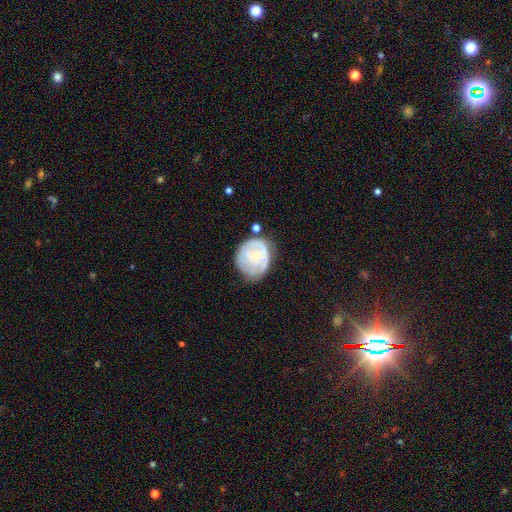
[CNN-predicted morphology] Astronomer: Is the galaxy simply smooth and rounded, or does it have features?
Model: featured or disk — 58% (runner-up: smooth, 35%).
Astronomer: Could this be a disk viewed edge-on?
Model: no — 97%.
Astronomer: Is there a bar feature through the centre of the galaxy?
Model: no — 82%.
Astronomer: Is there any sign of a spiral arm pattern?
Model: yes — 59% (runner-up: no, 41%).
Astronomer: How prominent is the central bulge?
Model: small — 68%.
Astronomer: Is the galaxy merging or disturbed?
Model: none — 57%.